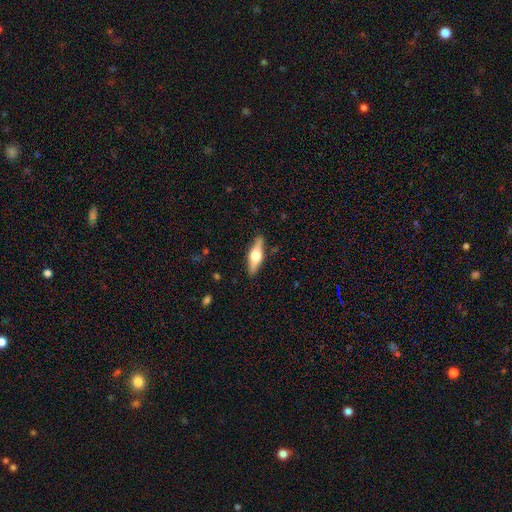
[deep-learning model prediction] Smooth or featured? Predicted: featured or disk (p=0.59). Edge-on disk? Predicted: yes (p=0.95). Edge-on bulge? Predicted: rounded (p=0.94). Merging? Predicted: none (p=0.88).